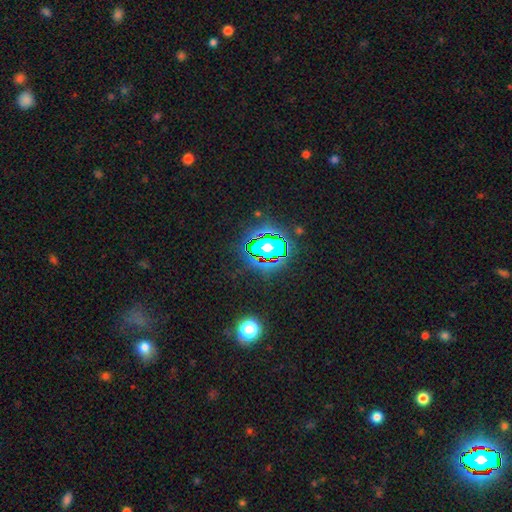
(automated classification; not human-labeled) Smooth or featured?
  - star or artifact: 65% *
  - smooth: 21%
  - featured or disk: 14%